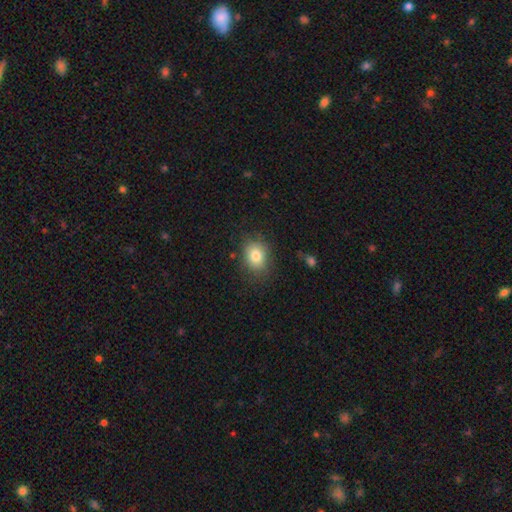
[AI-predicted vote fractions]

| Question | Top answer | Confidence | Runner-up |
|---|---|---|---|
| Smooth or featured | smooth | 81% | star or artifact (10%) |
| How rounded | in between | 52% | round (47%) |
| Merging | none | 79% | minor disturbance (15%) |